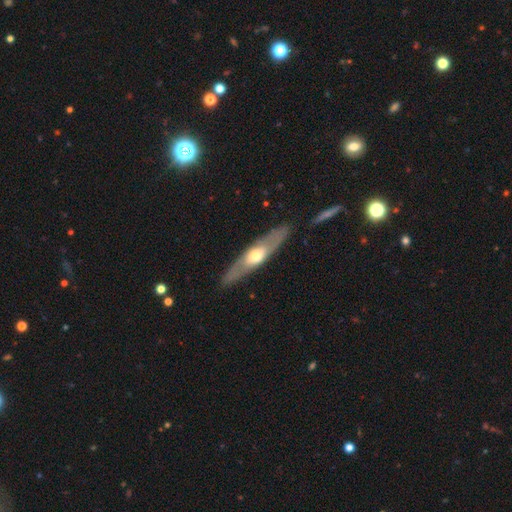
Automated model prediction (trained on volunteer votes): This is likely a featured or disk galaxy (62%). It is likely viewed edge-on (64%). Merging: clearly none (87%).